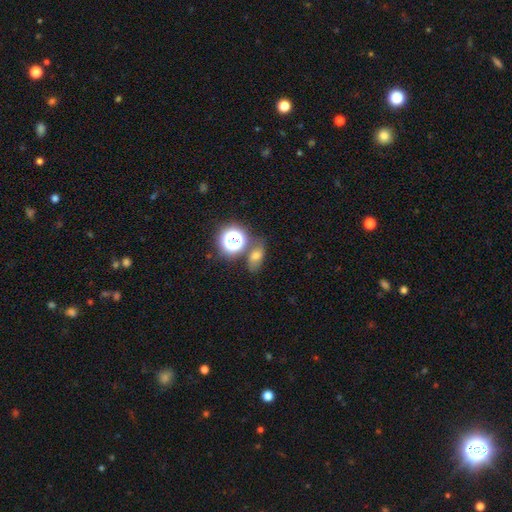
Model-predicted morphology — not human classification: smooth 61%, star or artifact 25%, featured or disk 14%. Down the decision tree: how rounded — in between (65%); merging — none (66%).